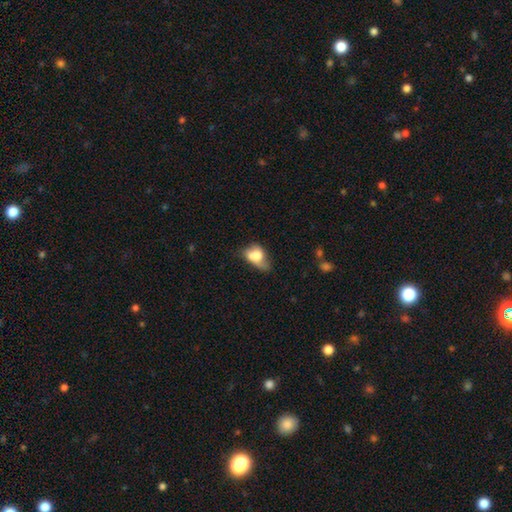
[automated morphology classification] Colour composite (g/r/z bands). It shows a smooth galaxy with no disk features (67%) that is in between round and cigar-shaped (79%). Merging: minor disturbance (30%).